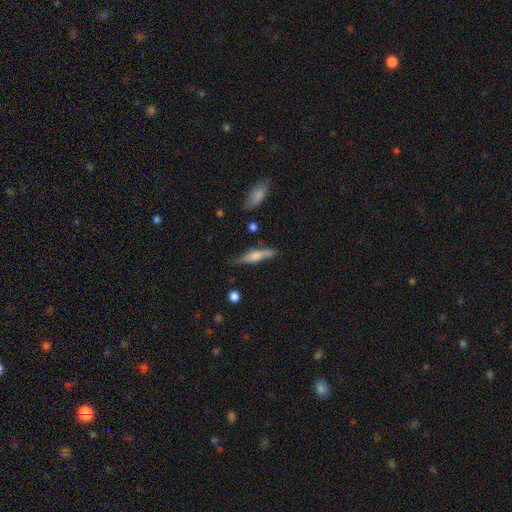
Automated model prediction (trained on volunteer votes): Smooth or featured: smooth — 48% (featured or disk — 45%)
Merging: none — 73% (minor disturbance — 18%)